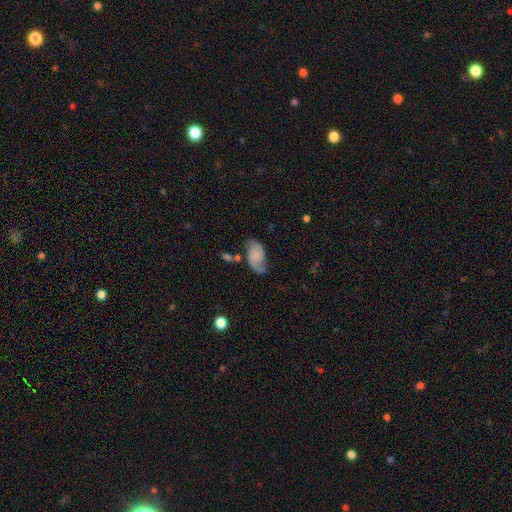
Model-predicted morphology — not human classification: Smooth or featured? Predicted: featured or disk (p=0.56). Edge-on disk? Predicted: no (p=0.96). Bar? Predicted: no (p=0.71). Spiral arms? Predicted: yes (p=0.90). Bulge size? Predicted: none (p=0.54). Merging? Predicted: none (p=0.56).